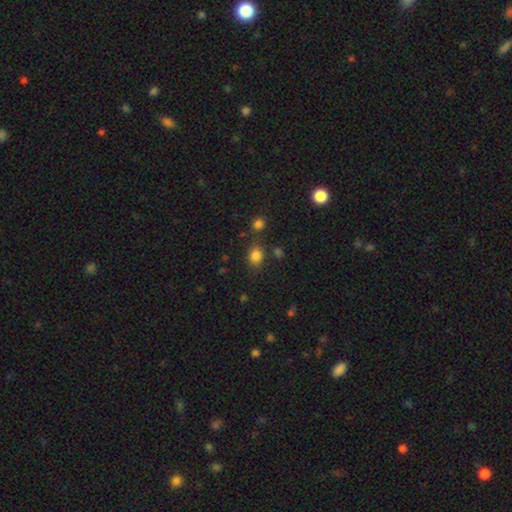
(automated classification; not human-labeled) Smooth or featured: smooth — 82% (star or artifact — 12%)
How rounded: in between — 58% (round — 41%)
Merging: none — 76% (minor disturbance — 13%)